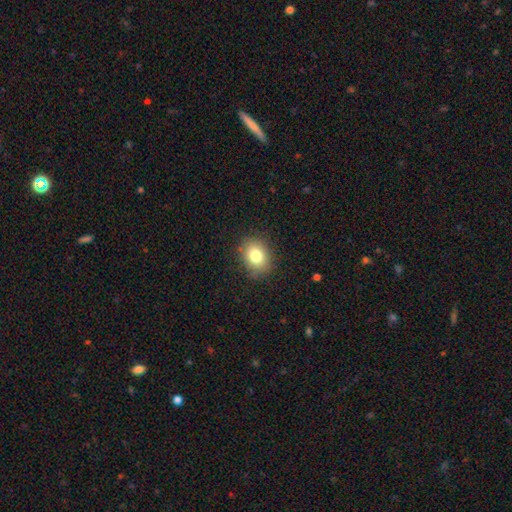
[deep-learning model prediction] Smooth or featured? smooth (80%)
How rounded? in between (50%)
Merging? none (86%)